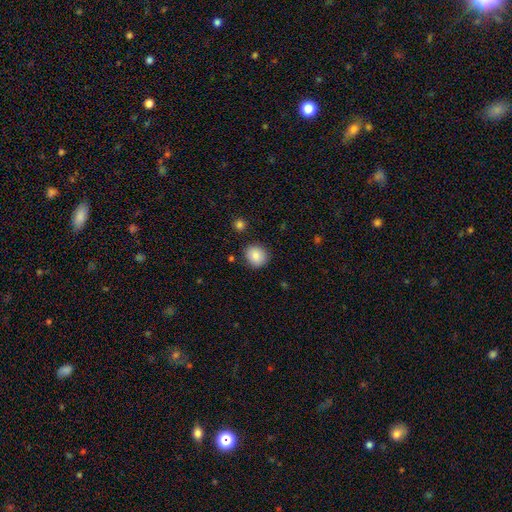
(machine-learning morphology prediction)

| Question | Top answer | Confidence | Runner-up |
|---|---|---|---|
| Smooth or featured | smooth | 86% | star or artifact (9%) |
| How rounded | round | 80% | in between (19%) |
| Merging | none | 86% | minor disturbance (9%) |